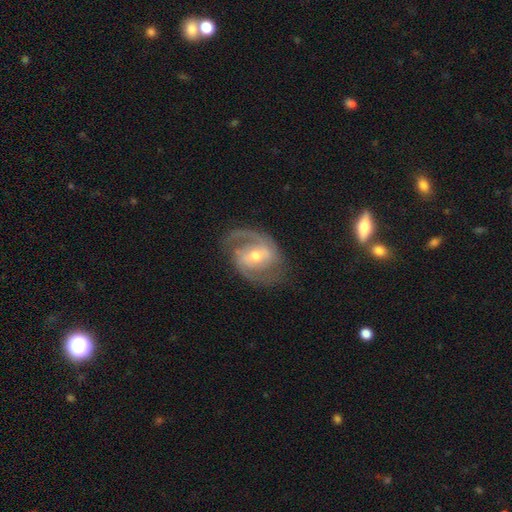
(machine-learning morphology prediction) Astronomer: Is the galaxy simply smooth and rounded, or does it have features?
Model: featured or disk — 88%.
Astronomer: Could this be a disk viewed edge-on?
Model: no — 97%.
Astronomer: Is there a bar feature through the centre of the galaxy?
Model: weak — 46% (runner-up: no, 29%).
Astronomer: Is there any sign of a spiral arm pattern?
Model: yes — 96%.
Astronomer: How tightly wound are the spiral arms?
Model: medium — 53% (runner-up: tight, 30%).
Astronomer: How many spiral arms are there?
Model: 2 — 87%.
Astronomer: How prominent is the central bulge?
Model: moderate — 65%.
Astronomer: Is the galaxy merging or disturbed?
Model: none — 76%.